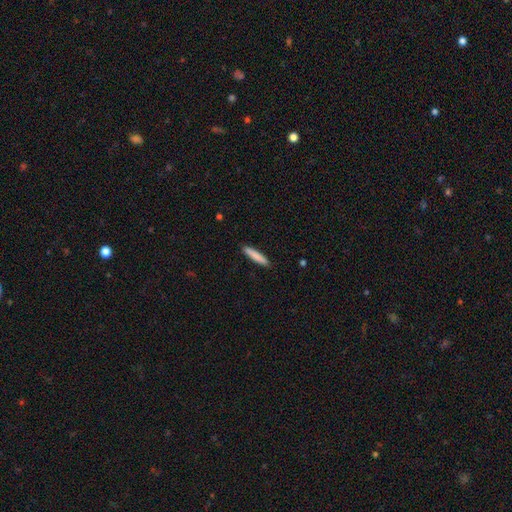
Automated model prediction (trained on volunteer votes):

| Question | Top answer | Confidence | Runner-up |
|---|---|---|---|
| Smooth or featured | smooth | 84% | featured or disk (10%) |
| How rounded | cigar-shaped | 91% | in between (8%) |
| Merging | none | 91% | minor disturbance (7%) |